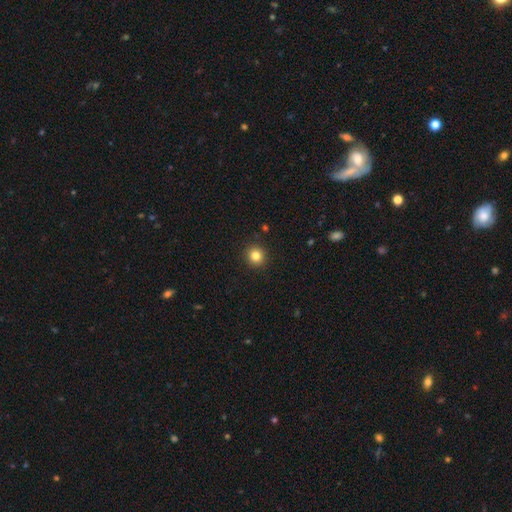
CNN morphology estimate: The model was most divided on "smooth or featured": smooth: 83%, star or artifact: 12%, featured or disk: 6%. More confident: how rounded — round (92%); merging — none (92%).